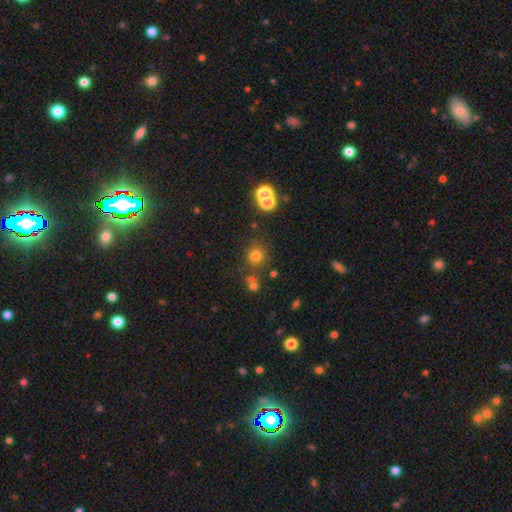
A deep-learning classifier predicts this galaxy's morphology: Q: Smooth or featured?
A: smooth (71%); runner-up: star or artifact (21%)
Q: How rounded?
A: round (83%); runner-up: in between (16%)
Q: Merging?
A: none (72%); runner-up: merger (12%)